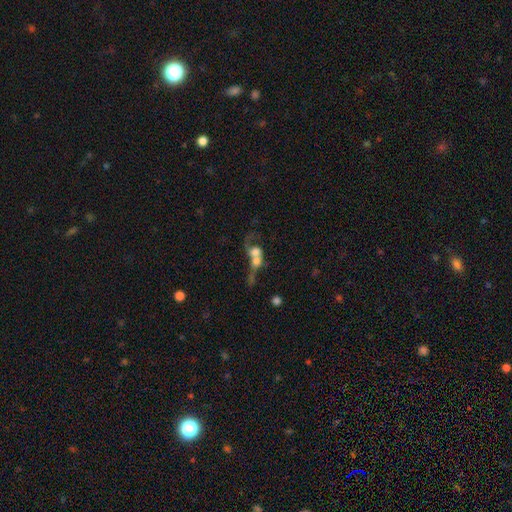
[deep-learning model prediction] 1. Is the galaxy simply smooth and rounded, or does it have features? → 49% smooth, 39% featured or disk, 12% star or artifact.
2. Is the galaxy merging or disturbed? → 76% merger, 11% major disturbance, 9% none, 4% minor disturbance.